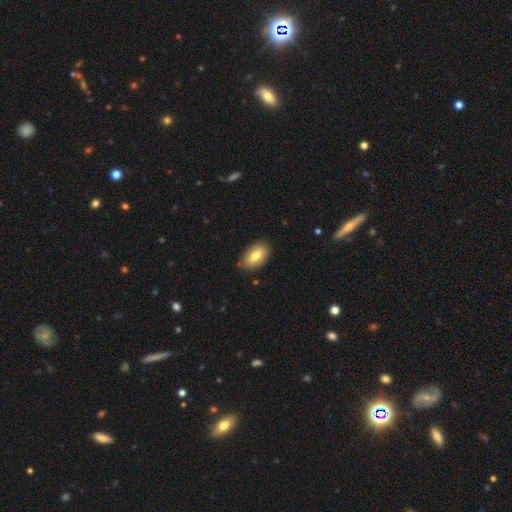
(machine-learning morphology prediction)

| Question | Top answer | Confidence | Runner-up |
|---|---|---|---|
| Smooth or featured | smooth | 78% | featured or disk (16%) |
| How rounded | in between | 93% | round (5%) |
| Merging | none | 77% | minor disturbance (18%) |